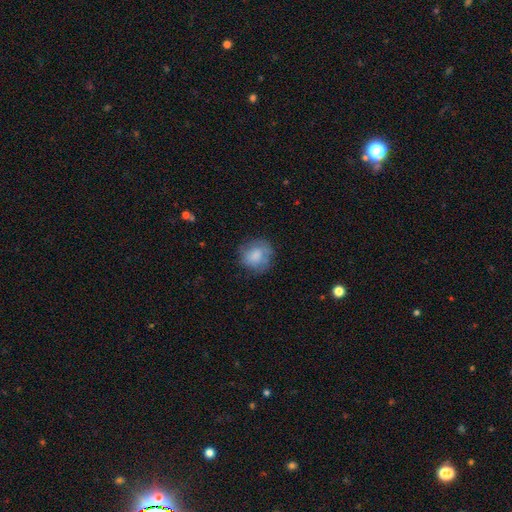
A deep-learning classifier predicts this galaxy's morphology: Smooth or featured? smooth (73%)
How rounded? round (83%)
Merging? none (72%)